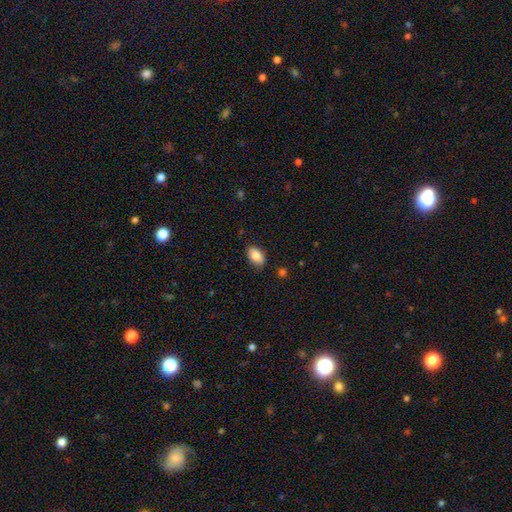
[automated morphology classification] Q: Smooth or featured?
A: smooth (85%); runner-up: featured or disk (8%)
Q: How rounded?
A: in between (89%); runner-up: round (9%)
Q: Merging?
A: none (84%); runner-up: minor disturbance (12%)